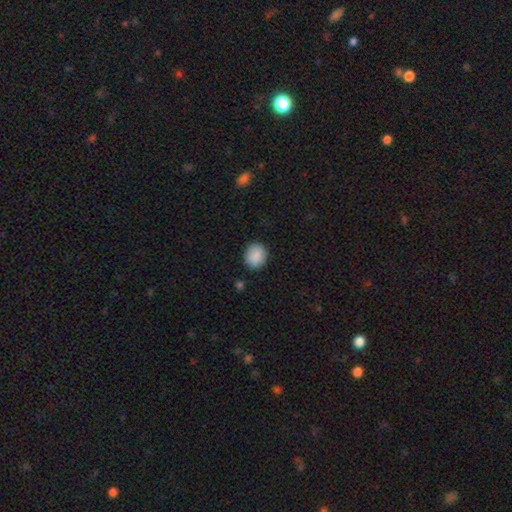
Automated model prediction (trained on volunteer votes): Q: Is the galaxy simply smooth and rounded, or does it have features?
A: smooth — 89%.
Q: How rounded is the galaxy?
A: round — 69%.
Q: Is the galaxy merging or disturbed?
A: none — 87%.